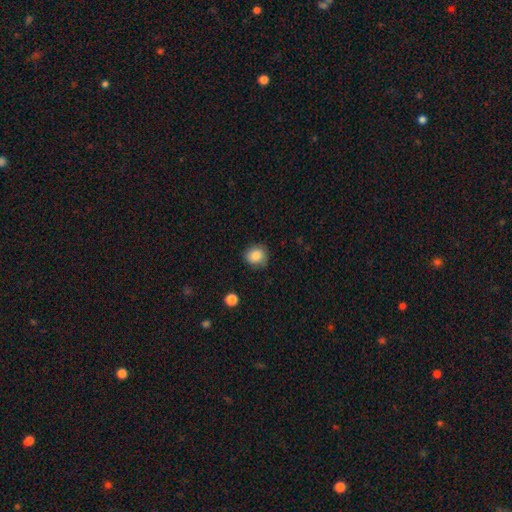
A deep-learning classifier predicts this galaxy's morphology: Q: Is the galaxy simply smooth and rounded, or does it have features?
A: smooth — 85%.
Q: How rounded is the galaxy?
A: round — 78%.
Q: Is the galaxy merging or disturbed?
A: none — 76%.